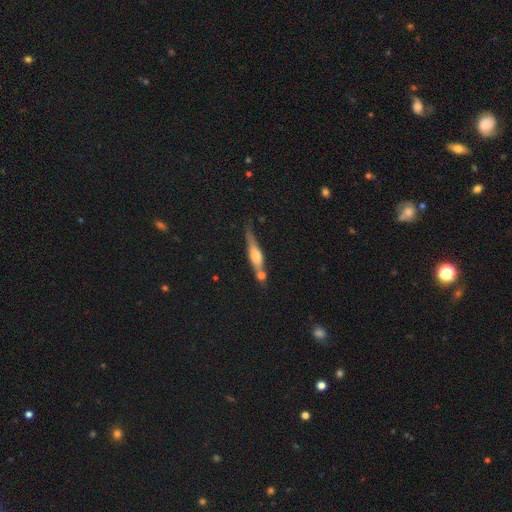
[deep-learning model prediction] Overall: featured or disk (56%; smooth 37%). Edge-on disk: yes (90%). Edge-on bulge: rounded (83%). Merging: none (54%; merger 22%).